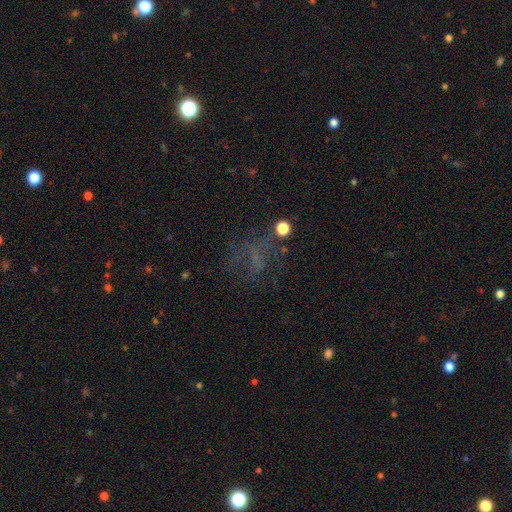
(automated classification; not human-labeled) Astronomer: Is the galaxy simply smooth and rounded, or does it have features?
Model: star or artifact — 36% (runner-up: featured or disk, 34%).